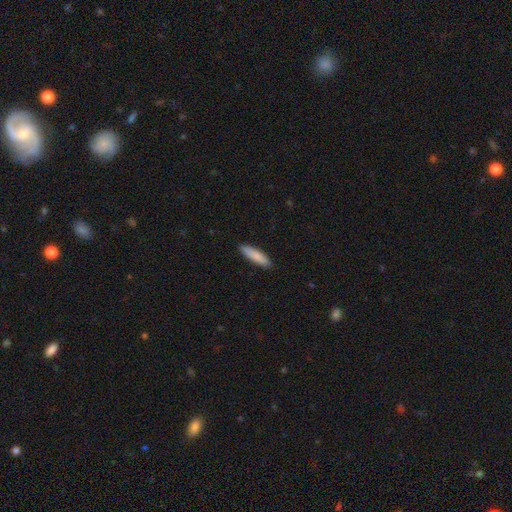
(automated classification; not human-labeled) A smooth galaxy with no disk features (86%) that is cigar-shaped (72%). Merging: none (89%).